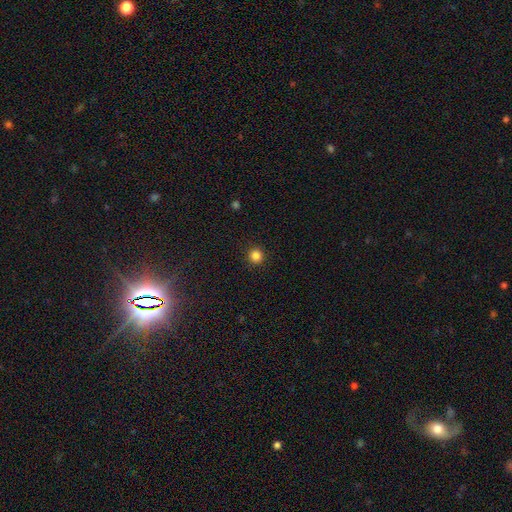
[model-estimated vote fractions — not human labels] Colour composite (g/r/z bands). It shows a smooth galaxy with no disk features (85%) that is round (95%). Merging: none (93%).